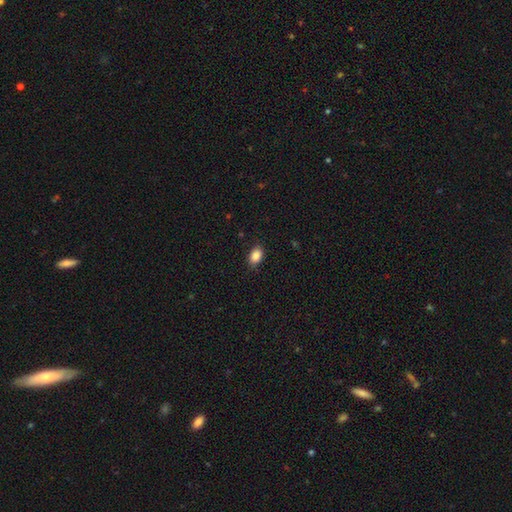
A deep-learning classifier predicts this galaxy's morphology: Overall: smooth (88%). How rounded: in between (85%). Merging: none (86%).